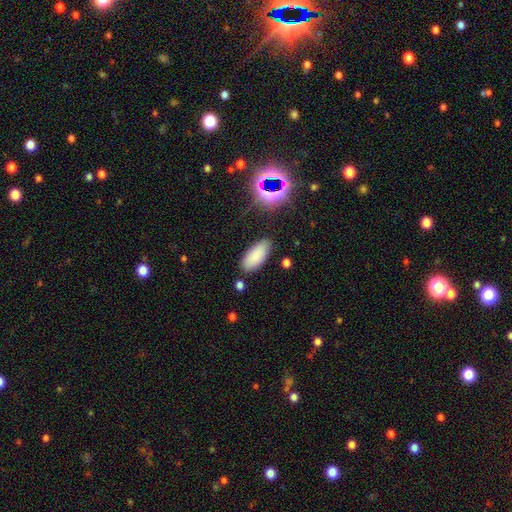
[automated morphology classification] This is clearly a smooth galaxy (85%). How rounded: clearly in between (87%). Merging: clearly none (84%).